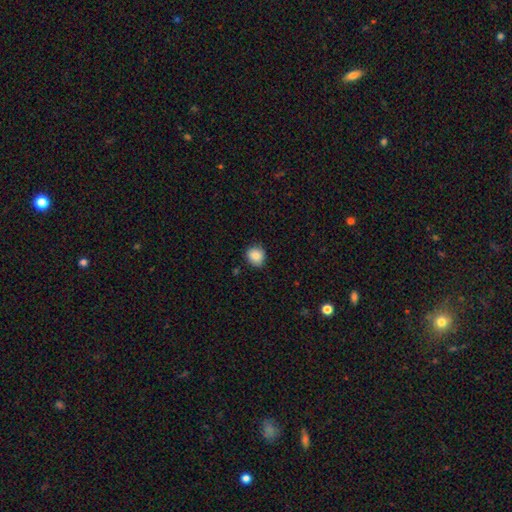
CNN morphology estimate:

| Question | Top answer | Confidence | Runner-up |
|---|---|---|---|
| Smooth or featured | smooth | 86% | star or artifact (9%) |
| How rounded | round | 79% | in between (20%) |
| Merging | none | 84% | minor disturbance (12%) |